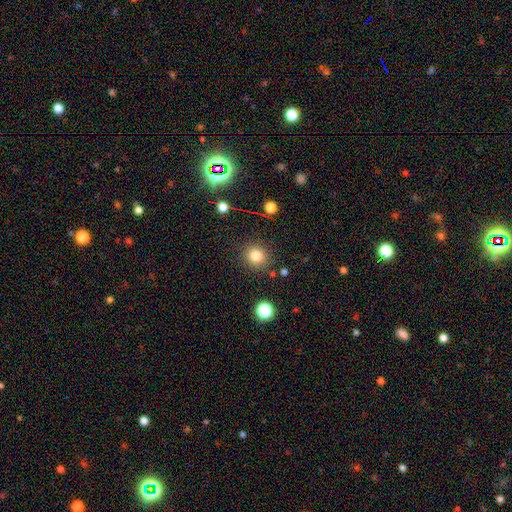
Smooth or featured? 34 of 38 (89%) said smooth. How rounded? 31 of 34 (91%) said round. Merging? 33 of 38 (87%) said none.